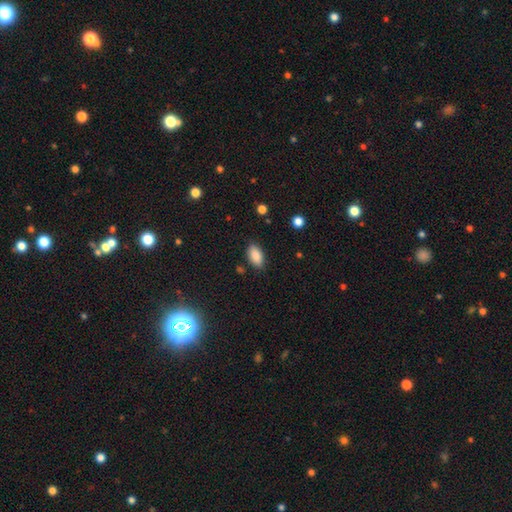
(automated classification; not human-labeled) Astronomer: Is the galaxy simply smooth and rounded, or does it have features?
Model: smooth — 86%.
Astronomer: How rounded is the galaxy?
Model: in between — 92%.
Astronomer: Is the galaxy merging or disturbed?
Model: none — 84%.